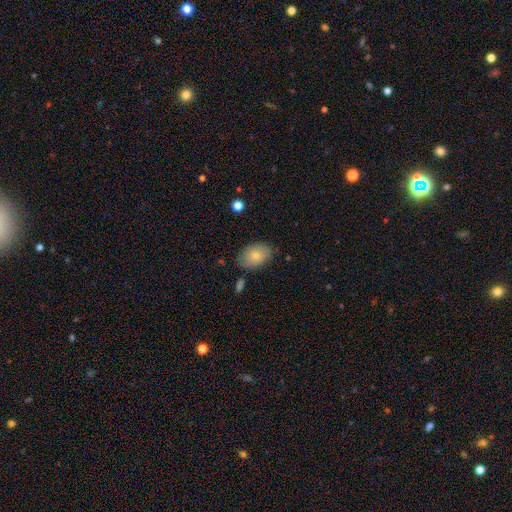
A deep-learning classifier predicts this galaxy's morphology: smooth 80%, featured or disk 13%, star or artifact 7%. Down the decision tree: how rounded — in between (84%); merging — none (80%).